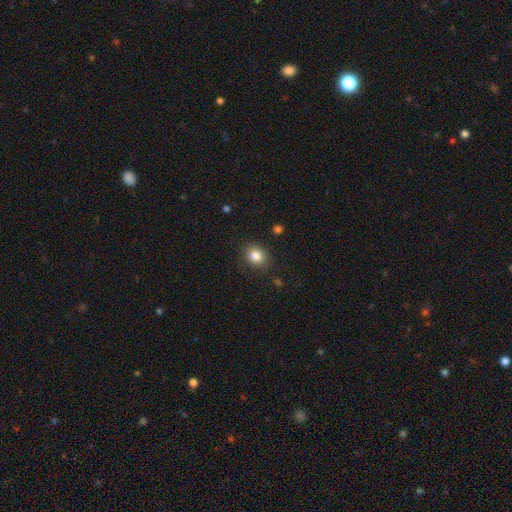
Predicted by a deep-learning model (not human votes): Overall: smooth (84%). How rounded: round (61%; in between 38%). Merging: none (83%).